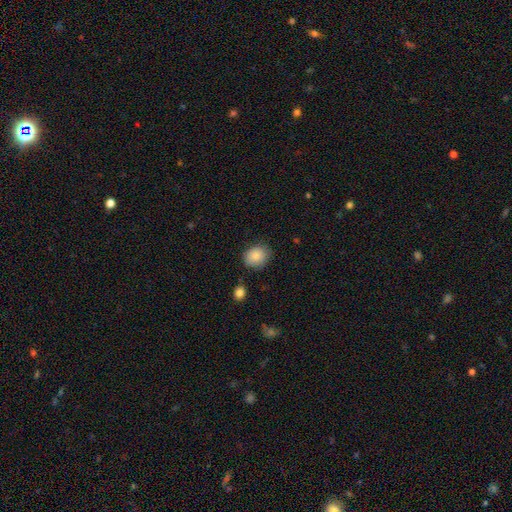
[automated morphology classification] Overall: smooth (85%). How rounded: round (63%; in between 37%). Merging: none (78%).